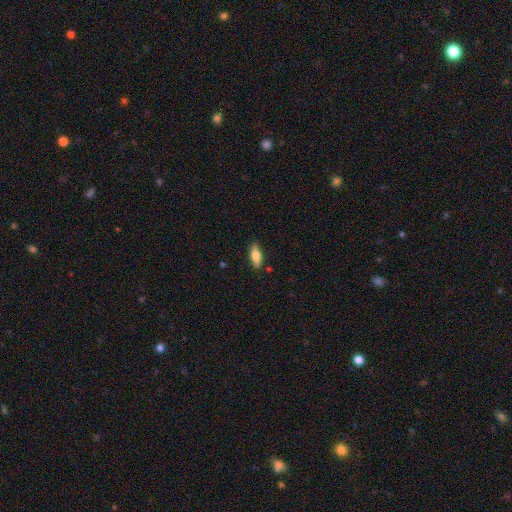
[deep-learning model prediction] Smooth or featured?
  - smooth: 73% *
  - featured or disk: 21%
  - star or artifact: 6%
How rounded?
  - in between: 69% *
  - cigar-shaped: 28%
  - round: 2%
Merging?
  - none: 85% *
  - minor disturbance: 12%
  - major disturbance: 2%
  - merger: 2%